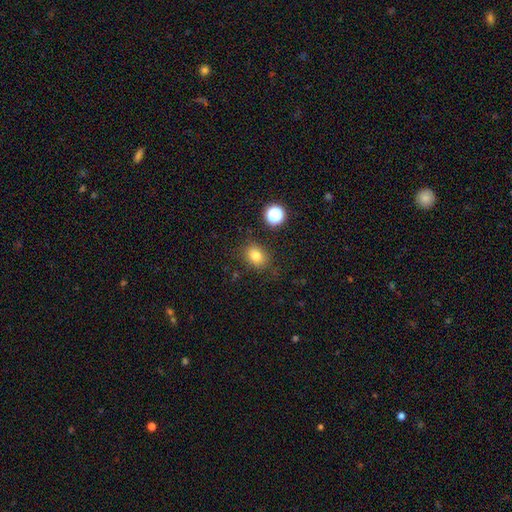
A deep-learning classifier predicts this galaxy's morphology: Overall: smooth (79%). How rounded: in between (50%; round 49%). Merging: none (82%).